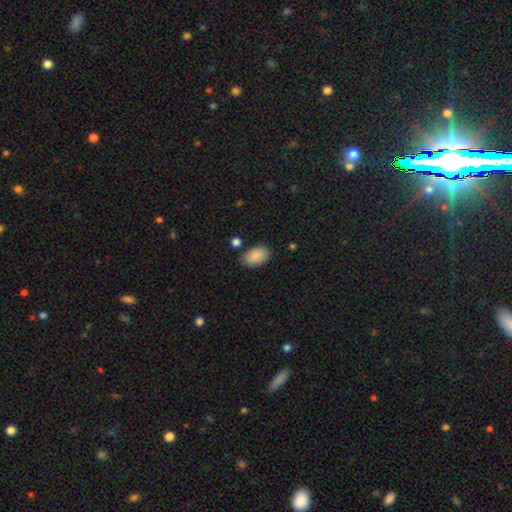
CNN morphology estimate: This appears to be a smooth galaxy with no disk features (89%) that is in between round and cigar-shaped (93%). Merging: none (81%).